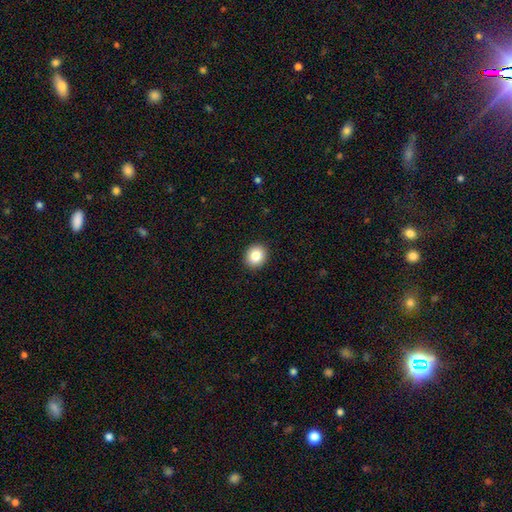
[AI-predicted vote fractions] Overall: smooth (85%). How rounded: round (77%). Merging: none (92%).